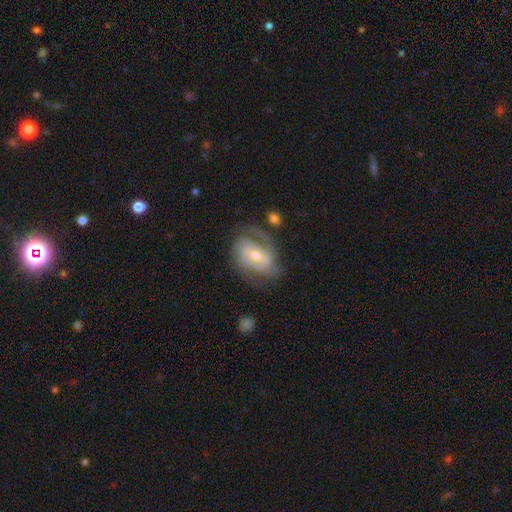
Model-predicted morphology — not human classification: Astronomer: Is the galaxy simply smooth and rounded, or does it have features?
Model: featured or disk — 80%.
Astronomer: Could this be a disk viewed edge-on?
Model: no — 96%.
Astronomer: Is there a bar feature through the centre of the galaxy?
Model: weak — 44% (runner-up: no, 31%).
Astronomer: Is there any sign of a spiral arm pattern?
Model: yes — 92%.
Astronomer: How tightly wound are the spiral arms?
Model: medium — 43% (runner-up: tight, 41%).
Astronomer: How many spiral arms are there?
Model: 2 — 51%.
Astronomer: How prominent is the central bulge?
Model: moderate — 56% (runner-up: small, 39%).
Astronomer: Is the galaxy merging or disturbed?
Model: none — 60%.